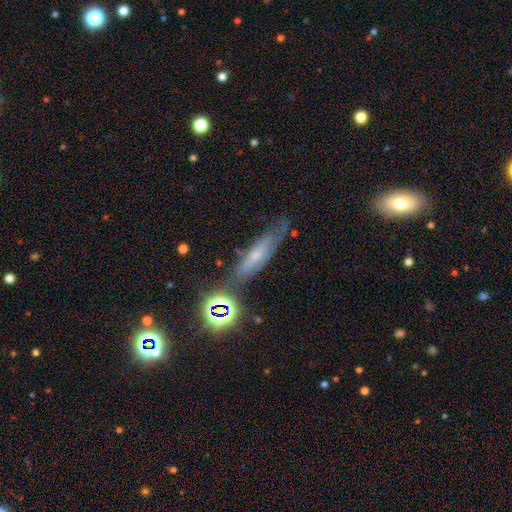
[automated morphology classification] type=featured or disk (41%); merging=none (55%).